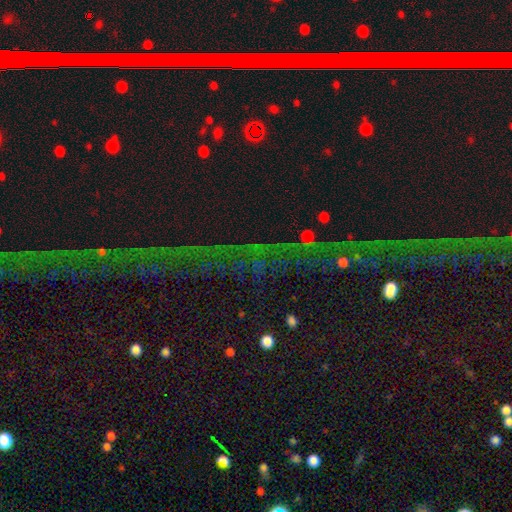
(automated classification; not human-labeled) Q: Smooth or featured?
A: star or artifact (78%); runner-up: smooth (11%)